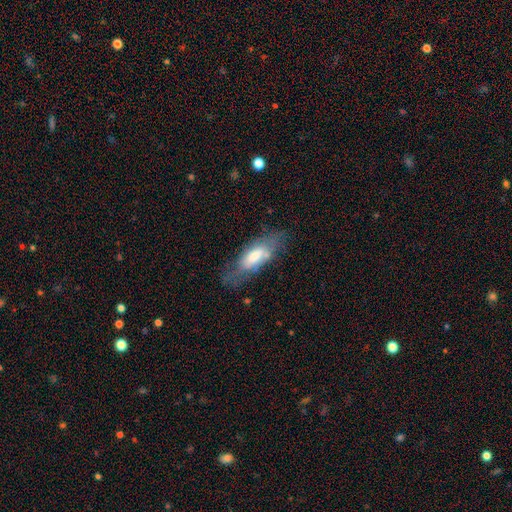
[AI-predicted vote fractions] The model was most divided on "smooth or featured": smooth: 55%, featured or disk: 38%, star or artifact: 7%. More confident: how rounded — in between (69%); merging — none (58%).